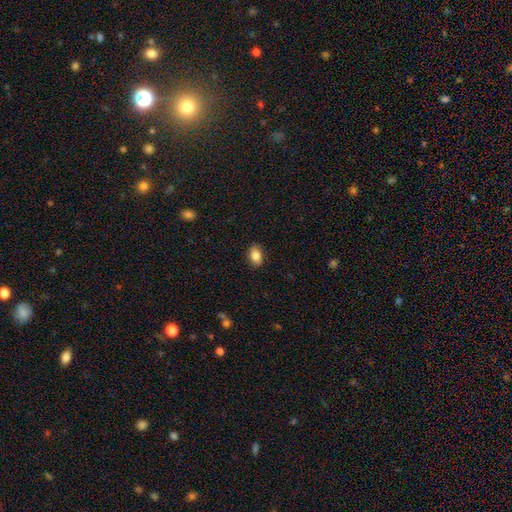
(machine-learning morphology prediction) type=smooth (85%); roundness=in between (85%); merging=none (88%).